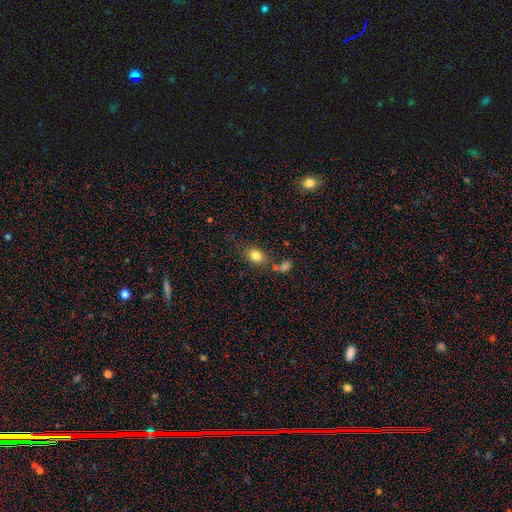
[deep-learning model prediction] This appears to be a smooth galaxy with no disk features (81%) that is in between round and cigar-shaped (66%). Merging: none (68%).